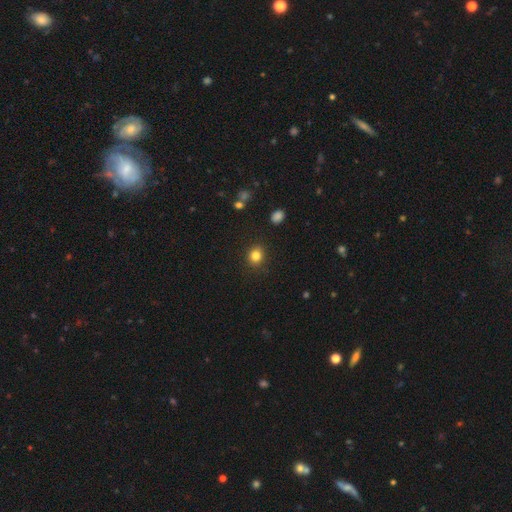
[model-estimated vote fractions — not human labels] Smooth or featured? smooth (83%)
How rounded? round (74%)
Merging? none (88%)